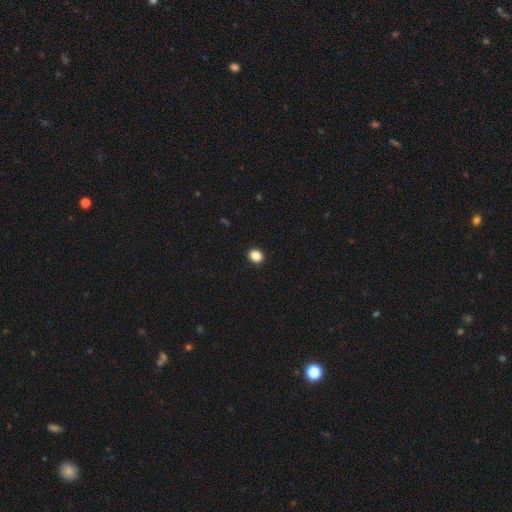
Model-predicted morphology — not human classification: Q: Smooth or featured?
A: smooth (87%); runner-up: star or artifact (10%)
Q: How rounded?
A: round (60%); runner-up: in between (40%)
Q: Merging?
A: none (91%); runner-up: minor disturbance (6%)